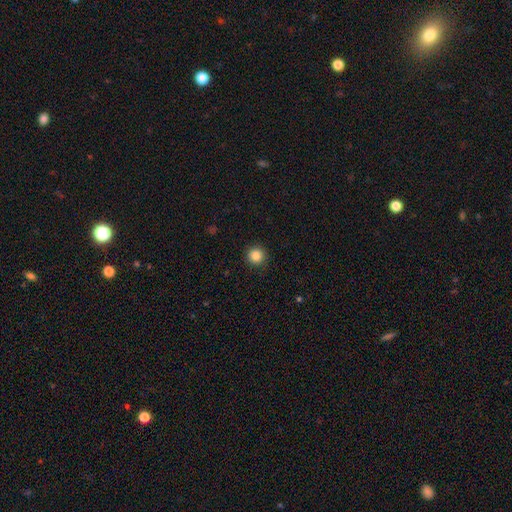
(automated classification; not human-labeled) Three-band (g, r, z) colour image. It shows a smooth galaxy with no disk features (86%) that is round (95%). Merging: none (92%).